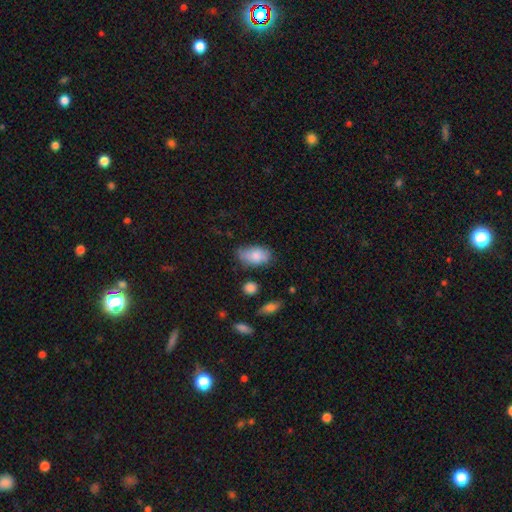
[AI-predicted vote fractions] Morphology: type=smooth (82%); roundness=in between (93%); merging=none (64%).